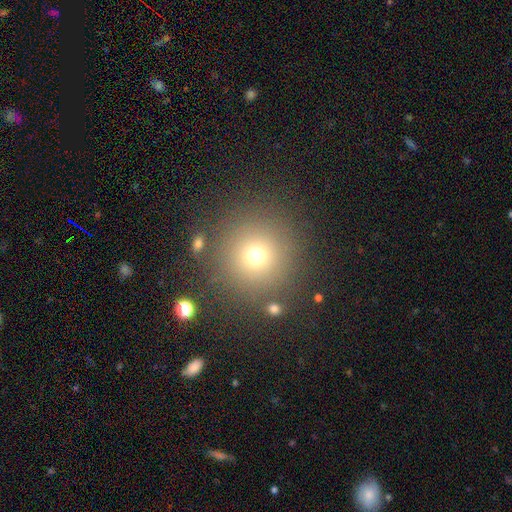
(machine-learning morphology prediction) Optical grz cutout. It shows a smooth galaxy with no disk features (70%) that is round (96%). Merging: none (85%).